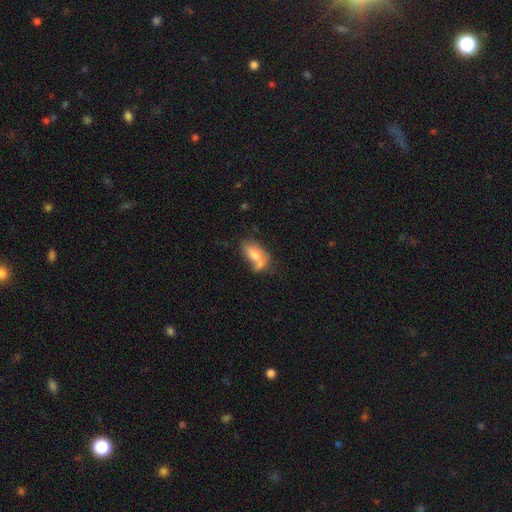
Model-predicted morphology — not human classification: A smooth galaxy with no disk features (68%) that is in between round and cigar-shaped (87%).

Vote fractions:
- Smooth or featured? smooth: 68% / featured or disk: 23% / star or artifact: 9%
- How rounded? in between: 87% / cigar-shaped: 8% / round: 5%
- Merging? merger: 35% / none: 33% / minor disturbance: 20% / major disturbance: 13%